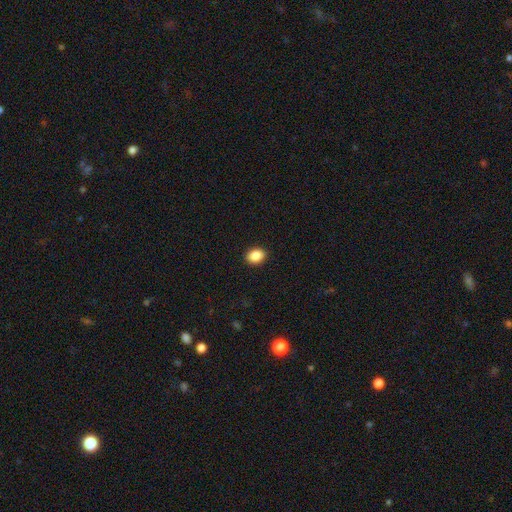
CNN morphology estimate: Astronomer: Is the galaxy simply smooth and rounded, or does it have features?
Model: smooth — 88%.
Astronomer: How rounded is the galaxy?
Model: in between — 64%.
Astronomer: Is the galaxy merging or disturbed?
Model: none — 91%.